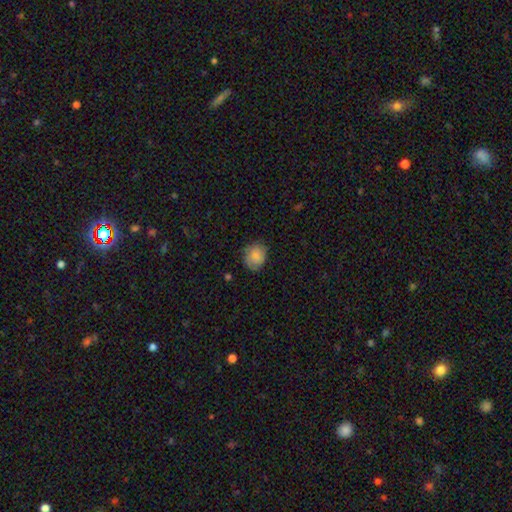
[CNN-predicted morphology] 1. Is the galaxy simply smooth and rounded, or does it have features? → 83% smooth, 9% featured or disk, 8% star or artifact.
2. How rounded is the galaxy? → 74% round, 26% in between, 1% cigar-shaped.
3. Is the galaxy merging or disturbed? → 75% none, 20% minor disturbance, 4% major disturbance, 1% merger.